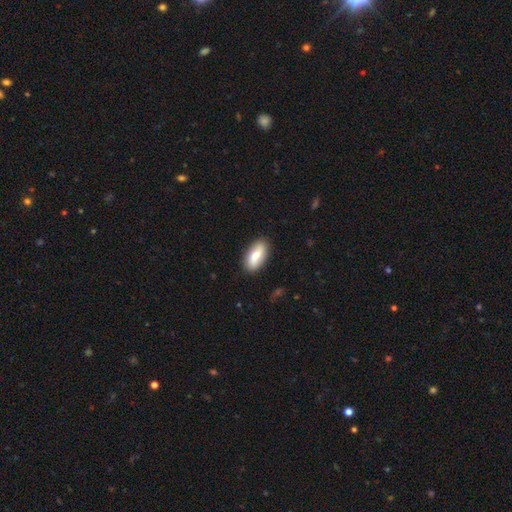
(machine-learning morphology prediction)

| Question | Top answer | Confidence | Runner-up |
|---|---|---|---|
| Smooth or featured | smooth | 70% | featured or disk (24%) |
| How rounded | in between | 89% | cigar-shaped (8%) |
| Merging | none | 87% | minor disturbance (10%) |